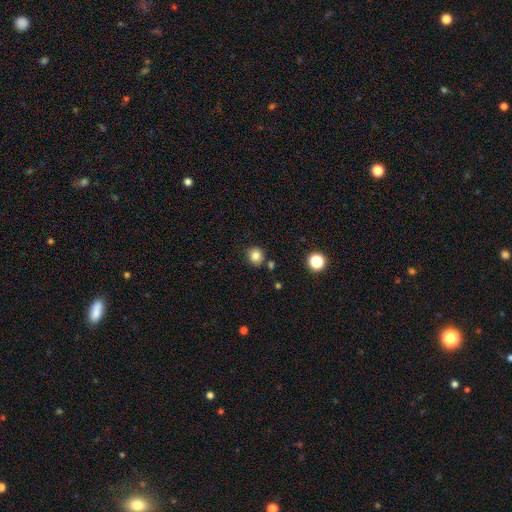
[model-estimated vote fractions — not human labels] A smooth galaxy with no disk features (83%) that is round (86%).

Vote fractions:
- Smooth or featured? smooth: 83% / star or artifact: 12% / featured or disk: 5%
- How rounded? round: 86% / in between: 13% / cigar-shaped: 1%
- Merging? none: 82% / minor disturbance: 10% / merger: 5% / major disturbance: 3%